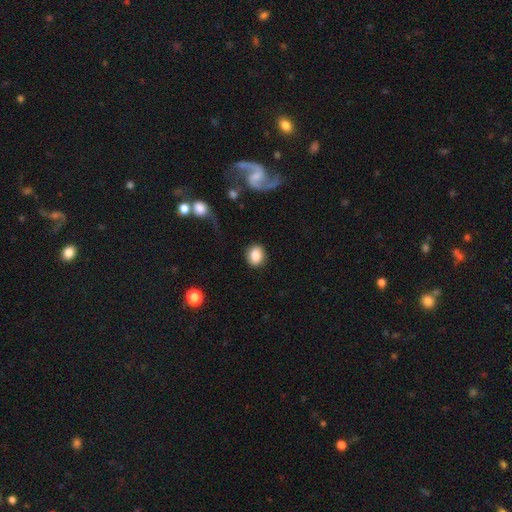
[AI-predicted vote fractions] Morphology: type=smooth (82%); roundness=round (60%); merging=none (85%).